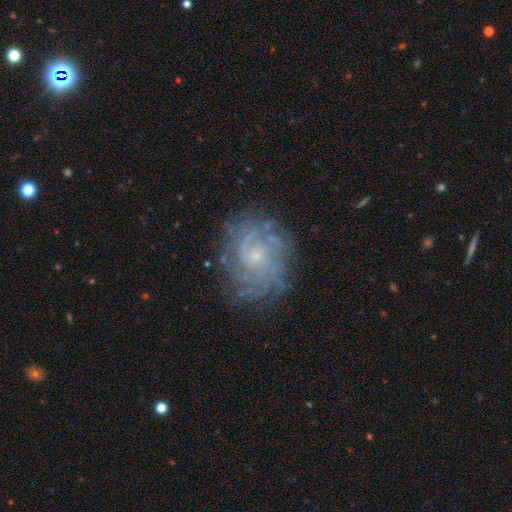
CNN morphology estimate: Q: Smooth or featured?
A: featured or disk (82%); runner-up: smooth (9%)
Q: Edge-on disk?
A: no (97%); runner-up: yes (3%)
Q: Bar?
A: no (75%); runner-up: weak (21%)
Q: Spiral arms?
A: yes (95%); runner-up: no (5%)
Q: Spiral winding?
A: tight (69%); runner-up: medium (25%)
Q: Spiral arm count?
A: can't tell (38%); runner-up: 4 (18%)
Q: Bulge size?
A: small (79%); runner-up: moderate (16%)
Q: Merging?
A: none (76%); runner-up: minor disturbance (16%)